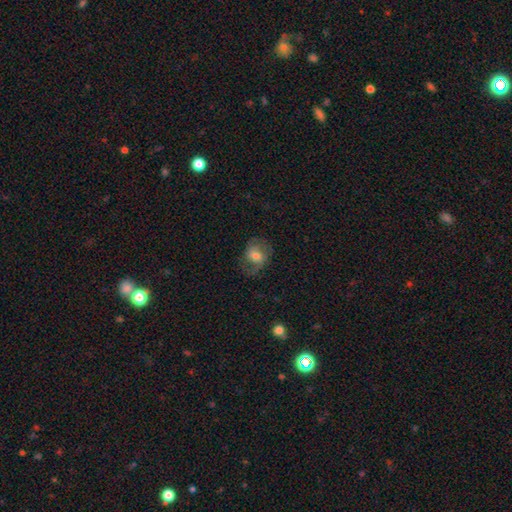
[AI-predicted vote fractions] Q: Smooth or featured?
A: smooth (51%); runner-up: featured or disk (41%)
Q: How rounded?
A: round (51%); runner-up: in between (47%)
Q: Merging?
A: none (61%); runner-up: minor disturbance (22%)